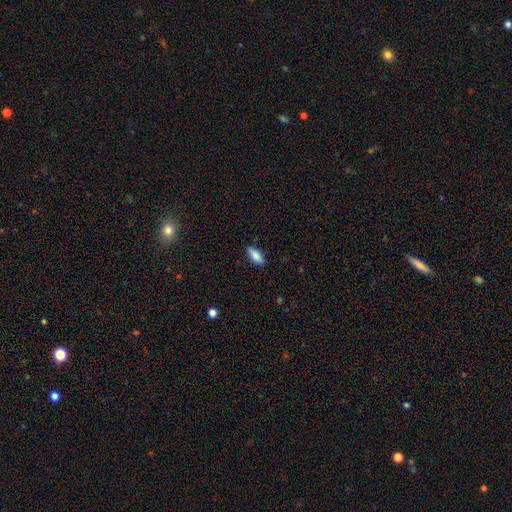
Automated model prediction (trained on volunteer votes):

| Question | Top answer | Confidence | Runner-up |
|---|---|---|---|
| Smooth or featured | smooth | 82% | featured or disk (11%) |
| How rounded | in between | 75% | cigar-shaped (23%) |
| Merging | none | 84% | minor disturbance (13%) |